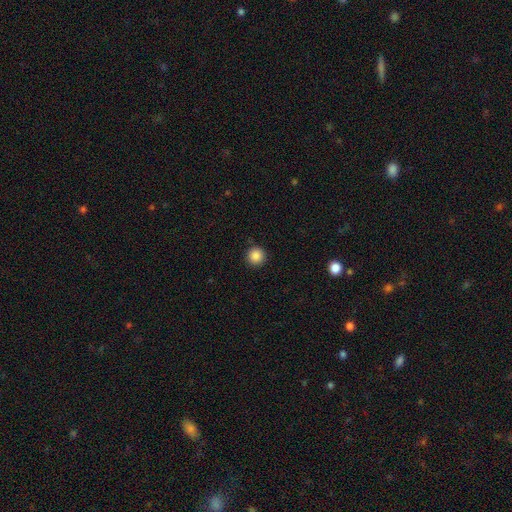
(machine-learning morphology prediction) This appears to be a smooth galaxy with no disk features (87%) that is round (96%). Merging: none (91%).